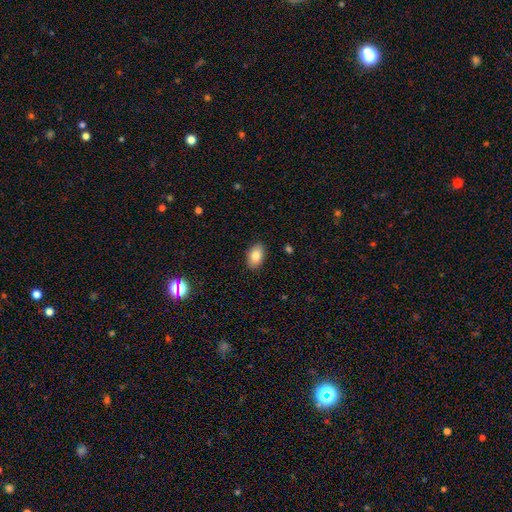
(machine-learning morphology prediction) smooth 82%, featured or disk 11%, star or artifact 8%. Down the decision tree: how rounded — in between (91%); merging — none (88%).